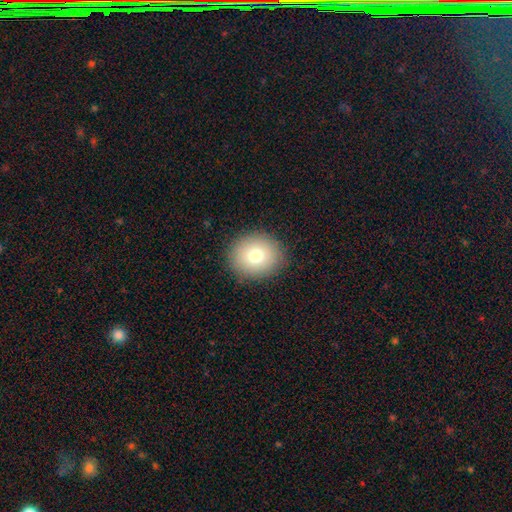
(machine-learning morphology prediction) smooth_or_featured: smooth (p=0.76) [alt: featured or disk p=0.12]
how_rounded: round (p=0.78) [alt: in between p=0.21]
merging: none (p=0.89) [alt: minor disturbance p=0.07]